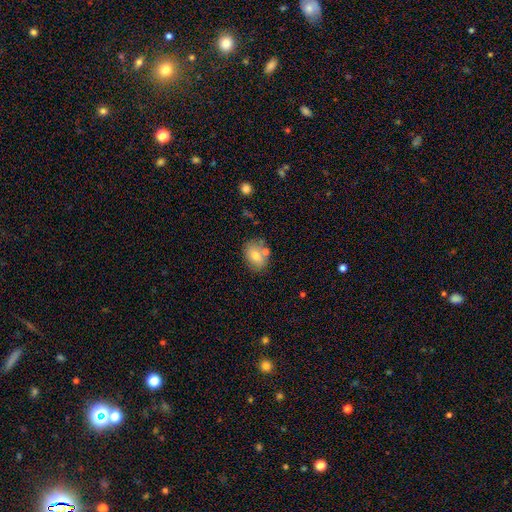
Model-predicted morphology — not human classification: smooth_or_featured: smooth (p=0.74) [alt: featured or disk p=0.18]
how_rounded: in between (p=0.73) [alt: round p=0.25]
merging: none (p=0.66) [alt: minor disturbance p=0.16]